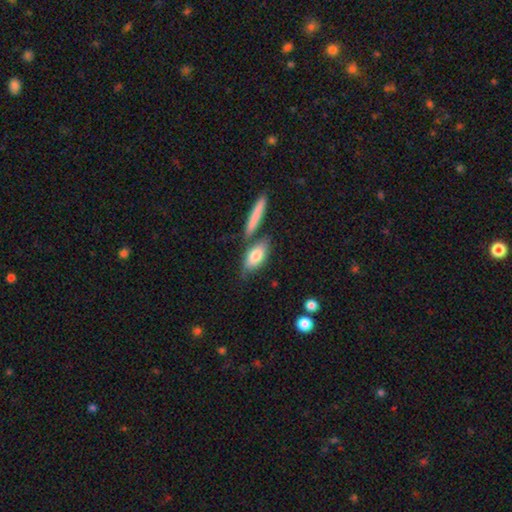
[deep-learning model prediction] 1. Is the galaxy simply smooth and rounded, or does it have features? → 77% smooth, 17% featured or disk, 6% star or artifact.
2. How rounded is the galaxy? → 79% in between, 16% cigar-shaped, 5% round.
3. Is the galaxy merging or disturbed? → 60% none, 18% merger, 16% minor disturbance, 5% major disturbance.